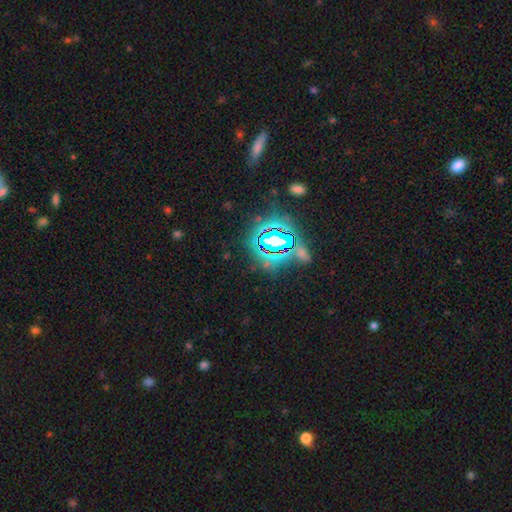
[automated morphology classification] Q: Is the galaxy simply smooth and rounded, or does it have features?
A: star or artifact — 80%.